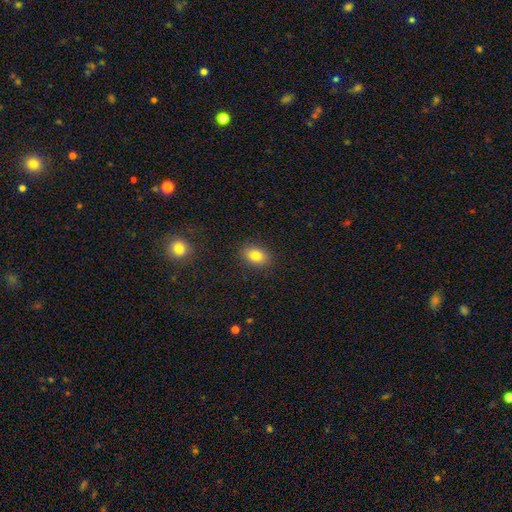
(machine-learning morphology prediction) This appears to be a smooth galaxy with no disk features (82%) that is in between round and cigar-shaped (73%). Merging: none (87%).